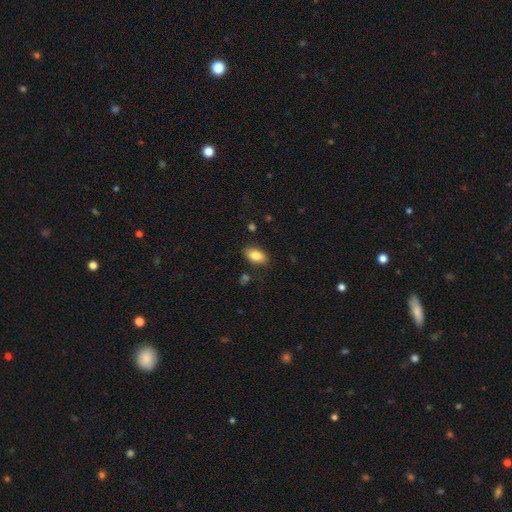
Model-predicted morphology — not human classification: Q: Smooth or featured?
A: smooth (84%); runner-up: featured or disk (9%)
Q: How rounded?
A: in between (91%); runner-up: round (7%)
Q: Merging?
A: none (83%); runner-up: minor disturbance (12%)